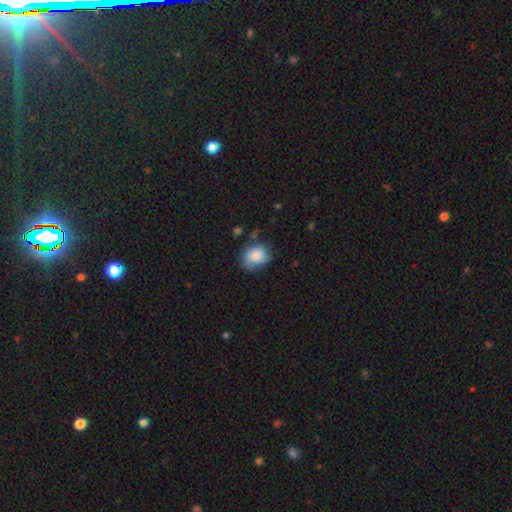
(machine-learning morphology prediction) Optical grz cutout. It shows a smooth galaxy with no disk features (83%) that is round (57%). Merging: none (55%).